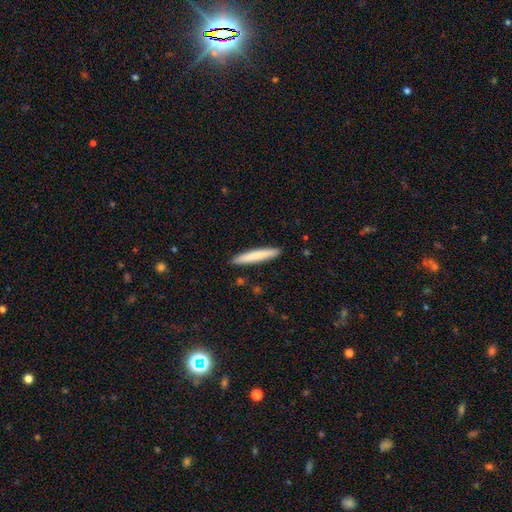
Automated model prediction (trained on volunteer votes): This appears to be a smooth galaxy with no disk features (78%) that is cigar-shaped (95%). Merging: none (91%).